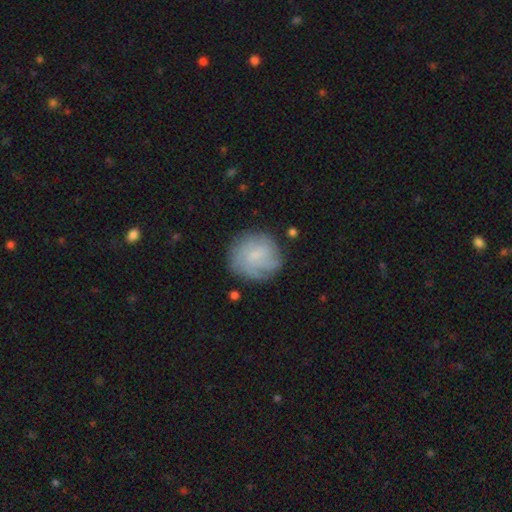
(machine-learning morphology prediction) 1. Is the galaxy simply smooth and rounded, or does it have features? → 50% smooth, 42% featured or disk, 8% star or artifact.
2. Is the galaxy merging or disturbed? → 74% none, 17% minor disturbance, 7% major disturbance, 2% merger.